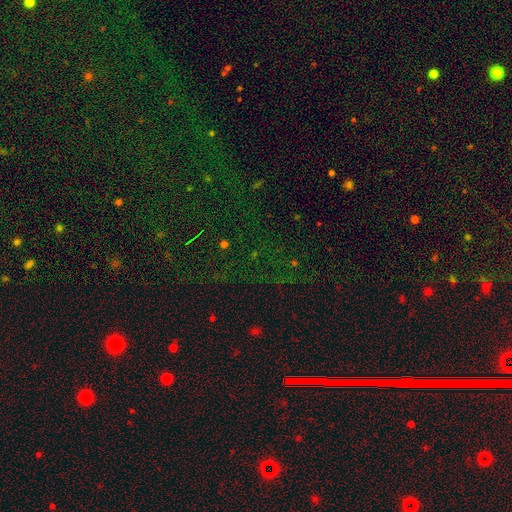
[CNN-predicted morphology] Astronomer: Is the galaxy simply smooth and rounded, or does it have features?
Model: star or artifact — 84%.